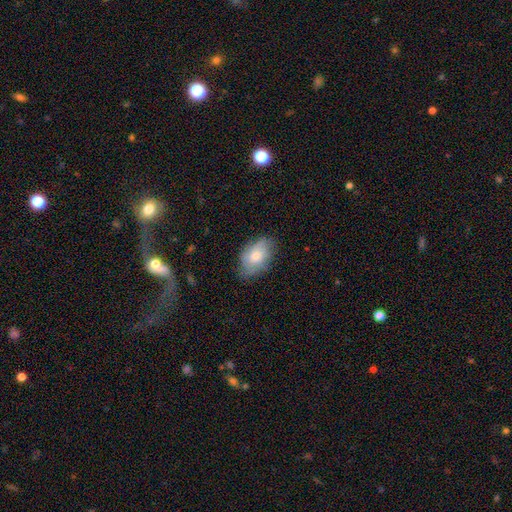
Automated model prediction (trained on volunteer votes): This appears to be a smooth galaxy with no disk features (69%) that is in between round and cigar-shaped (89%). Merging: none (67%).